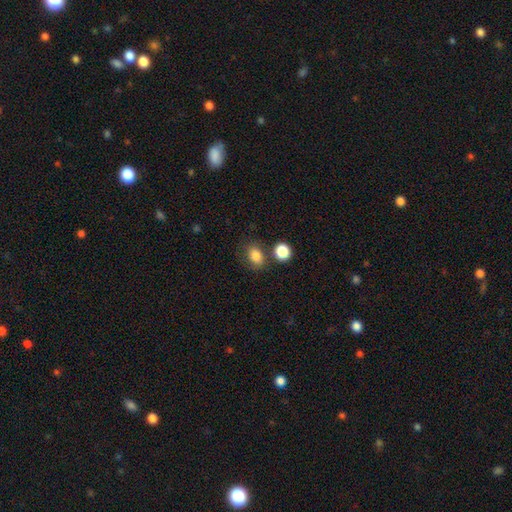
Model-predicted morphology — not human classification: Q: Smooth or featured?
A: smooth (83%); runner-up: star or artifact (10%)
Q: How rounded?
A: in between (70%); runner-up: round (29%)
Q: Merging?
A: none (65%); runner-up: minor disturbance (17%)